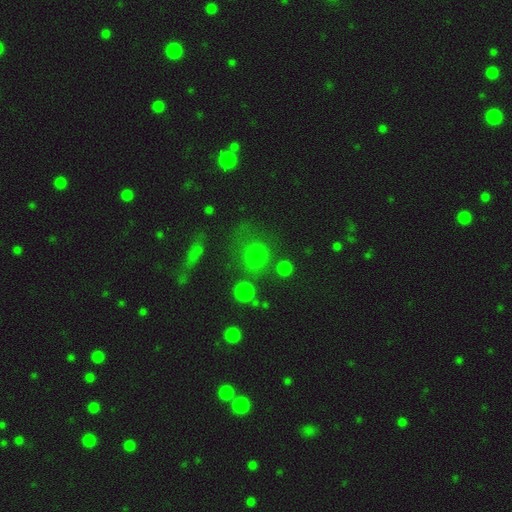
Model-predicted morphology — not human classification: This appears to be a smooth galaxy with no disk features (74%) that is round (86%). Merging: none (69%).